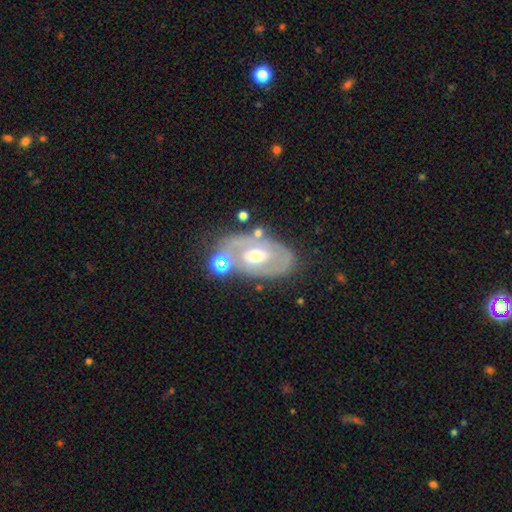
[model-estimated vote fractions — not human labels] smooth_or_featured: featured or disk (p=0.75) [alt: smooth p=0.18]
disk_edge_on: no (p=0.94) [alt: yes p=0.06]
bar: no (p=0.46) [alt: weak p=0.38]
has_spiral_arms: yes (p=0.61) [alt: no p=0.39]
bulge_size: moderate (p=0.65) [alt: small p=0.28]
merging: none (p=0.61) [alt: minor disturbance p=0.19]